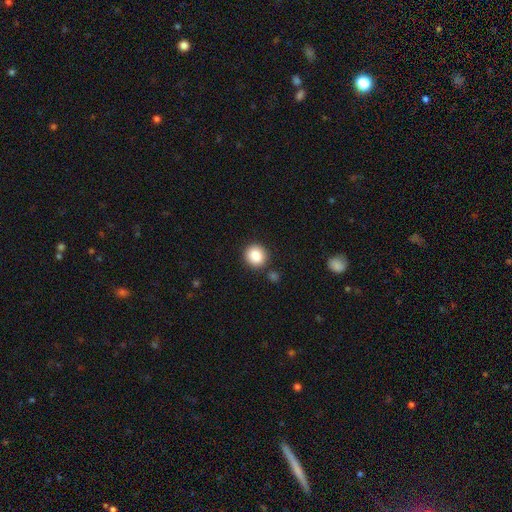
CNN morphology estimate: A smooth galaxy with no disk features (86%) that is round (89%). Merging: none (86%).